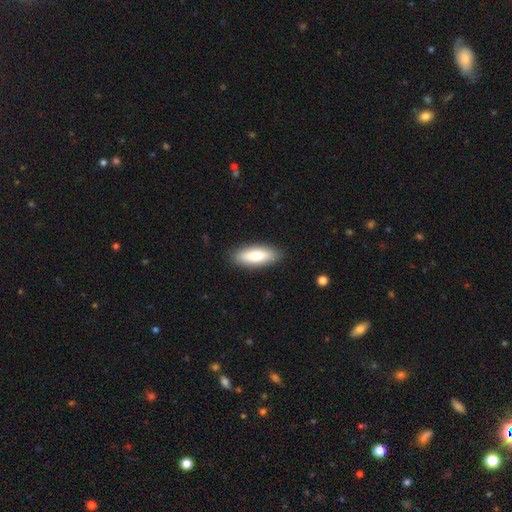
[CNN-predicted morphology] smooth 75%, featured or disk 19%, star or artifact 5%. Down the decision tree: how rounded — in between (66%); merging — none (89%).